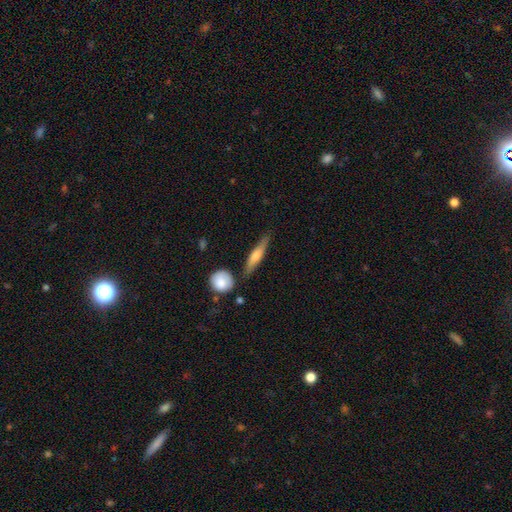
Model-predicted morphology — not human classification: Smooth or featured?
  - featured or disk: 48% *
  - smooth: 46%
  - star or artifact: 6%
Merging?
  - none: 77% *
  - minor disturbance: 15%
  - merger: 5%
  - major disturbance: 3%